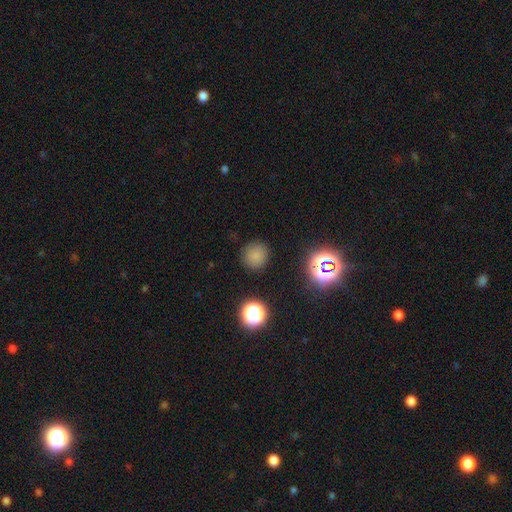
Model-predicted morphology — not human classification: A smooth galaxy with no disk features (77%) that is round (93%). Merging: none (88%).